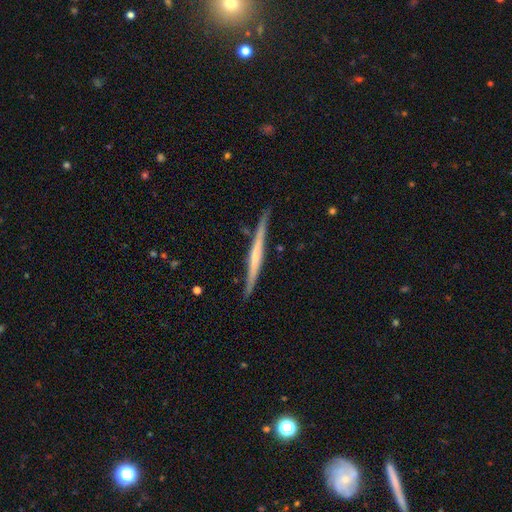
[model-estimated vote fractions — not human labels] This appears to be a featured or disk galaxy (66%) viewed edge-on (97%) with no central bulge (64%). Merging: none (86%).